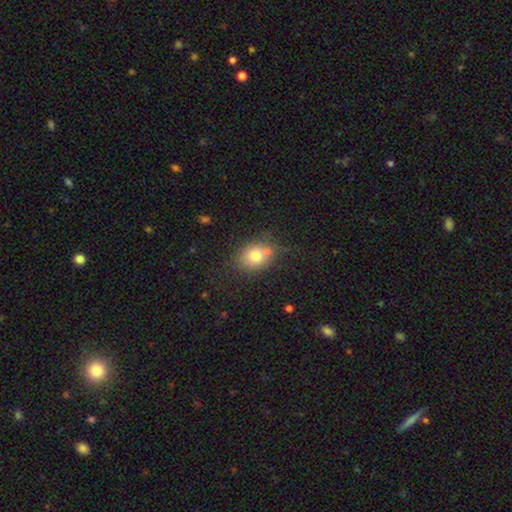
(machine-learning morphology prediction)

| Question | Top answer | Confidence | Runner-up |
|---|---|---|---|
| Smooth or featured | smooth | 76% | featured or disk (14%) |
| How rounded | in between | 54% | round (45%) |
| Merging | none | 60% | minor disturbance (18%) |